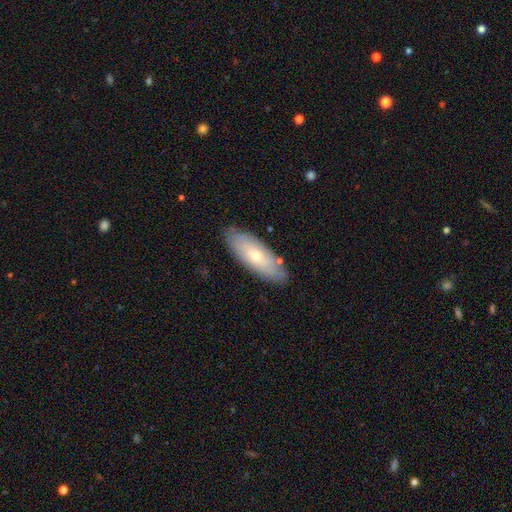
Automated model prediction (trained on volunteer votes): smooth 47%, featured or disk 46%, star or artifact 6%. Down the decision tree: merging — none (83%).